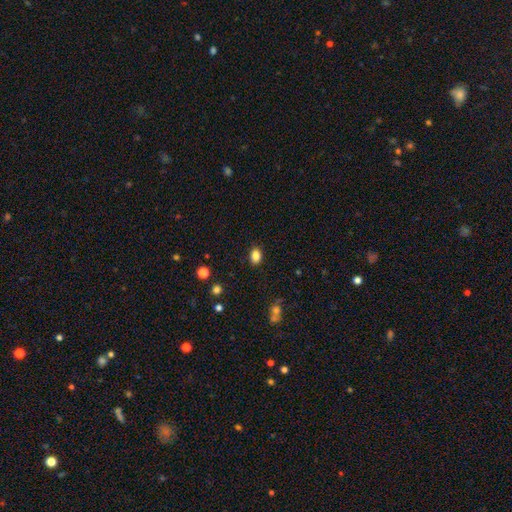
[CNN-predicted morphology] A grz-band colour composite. It shows a smooth galaxy with no disk features (86%) that is in between round and cigar-shaped (76%). Merging: none (88%).